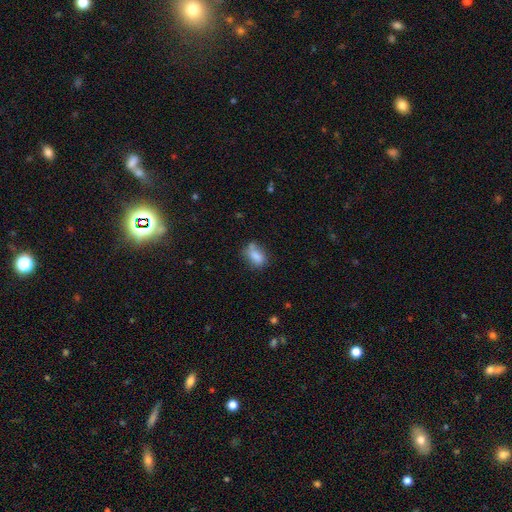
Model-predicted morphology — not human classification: This is clearly a smooth galaxy (81%). How rounded: clearly in between (83%). Merging: possibly none (50%).